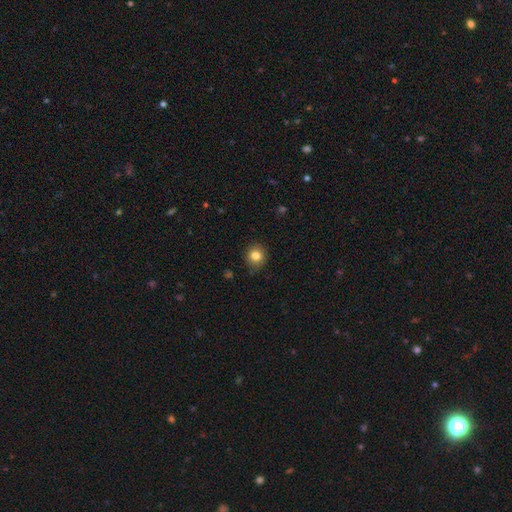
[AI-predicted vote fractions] The model was most divided on "smooth or featured": smooth: 83%, star or artifact: 11%, featured or disk: 6%. More confident: merging — none (87%); how rounded — round (87%).